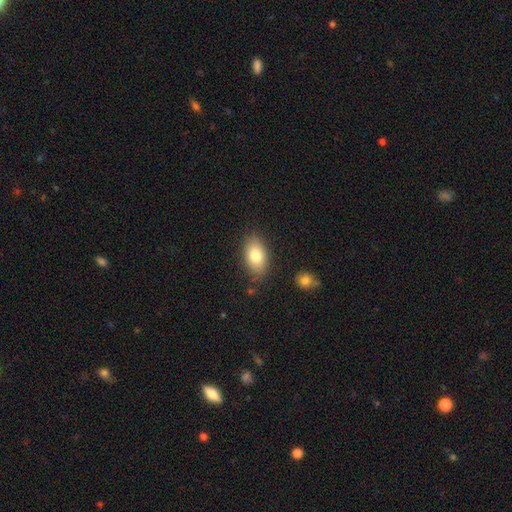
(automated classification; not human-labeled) A smooth galaxy with no disk features (81%) that is in between round and cigar-shaped (91%). Merging: none (83%).